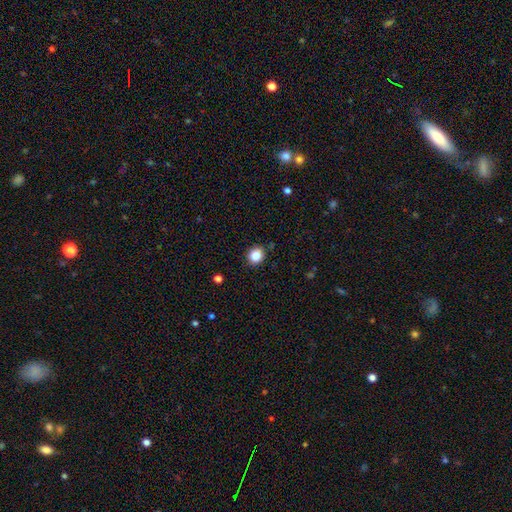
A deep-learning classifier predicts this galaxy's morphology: Smooth or featured? smooth (86%)
How rounded? round (75%)
Merging? none (86%)